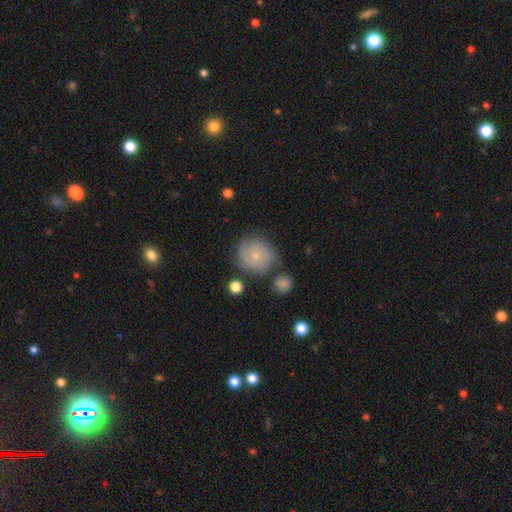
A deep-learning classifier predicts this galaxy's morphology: smooth-or-featured: smooth: 60% | featured or disk: 32% | star or artifact: 8%
  how-rounded: round: 87% | in between: 12% | cigar-shaped: 1%
  merging: none: 66% | minor disturbance: 20% | merger: 7% | major disturbance: 7%